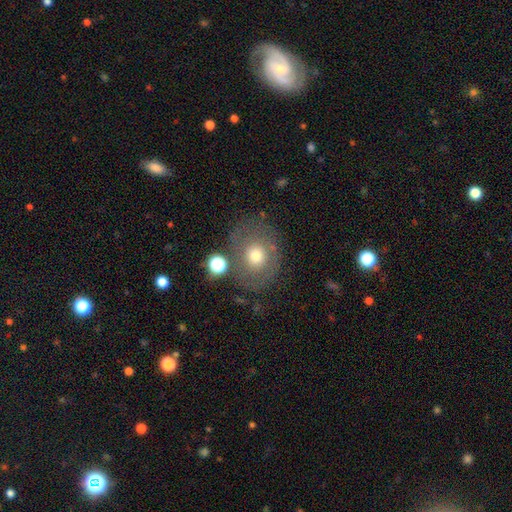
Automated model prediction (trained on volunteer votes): The model was most divided on "how rounded": round: 56%, in between: 43%, cigar-shaped: 1%. More confident: merging — none (69%); smooth or featured — smooth (59%).